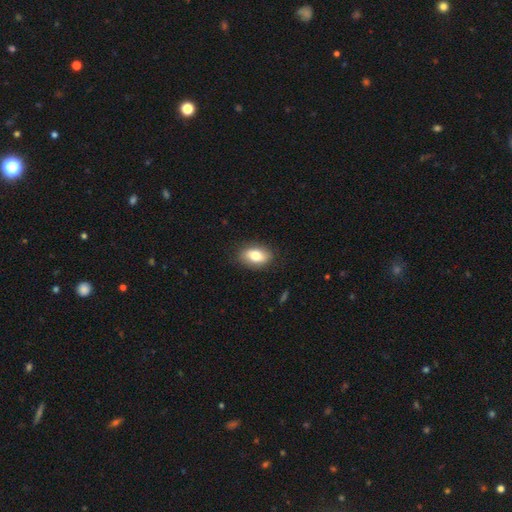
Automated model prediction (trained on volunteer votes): Morphology: type=smooth (75%); roundness=in between (87%); merging=none (85%).